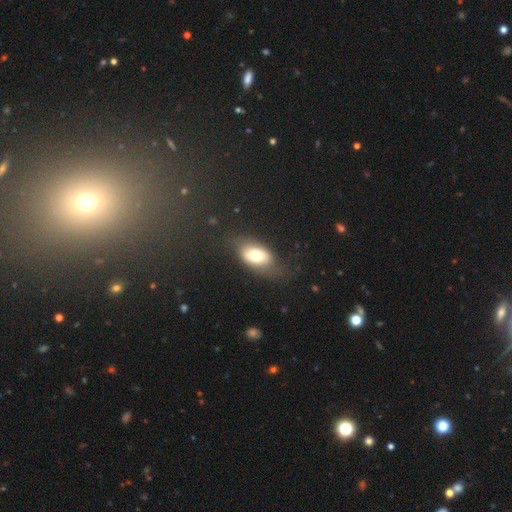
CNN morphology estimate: Overall: smooth (67%). How rounded: in between (88%). Merging: none (65%).